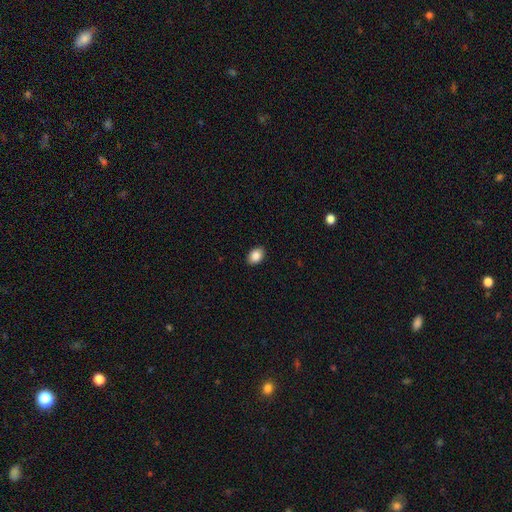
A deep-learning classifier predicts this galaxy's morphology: type=smooth (87%); roundness=in between (83%); merging=none (89%).